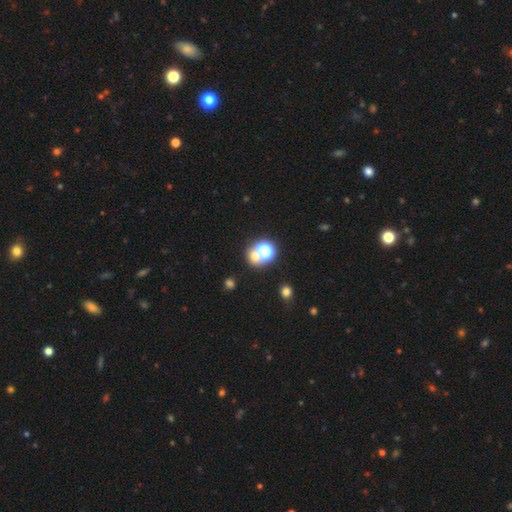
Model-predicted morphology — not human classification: Smooth or featured: smooth — 51% (star or artifact — 38%)
How rounded: round — 79% (in between — 20%)
Merging: none — 57% (merger — 28%)